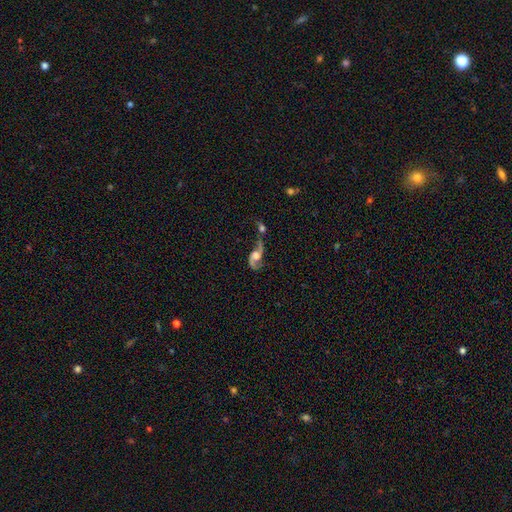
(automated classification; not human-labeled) smooth-or-featured: featured or disk: 79% | smooth: 14% | star or artifact: 7%
  disk-edge-on: no: 94% | yes: 6%
    bar: no: 61% | weak: 31% | strong: 7%
    has-spiral-arms: yes: 92% | no: 8%
      spiral-winding: loose: 72% | medium: 23% | tight: 5%
      spiral-arm-count: 2: 88% | 1: 6% | can't tell: 3% | 3: 1% | 4: 1% | more than 4: 1%
    bulge-size: moderate: 46% | large: 35% | small: 10% | none: 5% | dominant: 3%
  merging: merger: 38% | none: 31% | major disturbance: 18% | minor disturbance: 14%